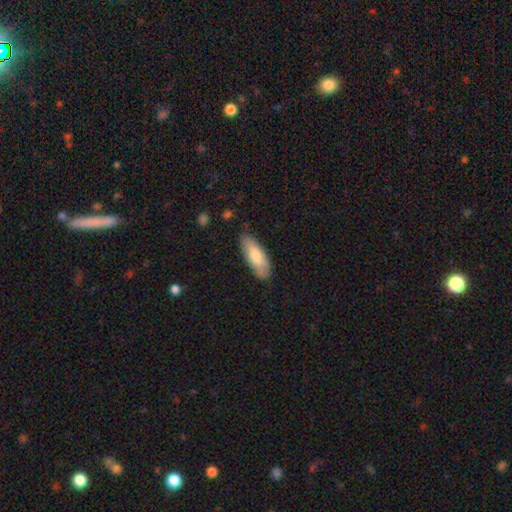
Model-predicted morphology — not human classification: Smooth or featured? smooth (72%)
How rounded? in between (73%)
Merging? none (79%)